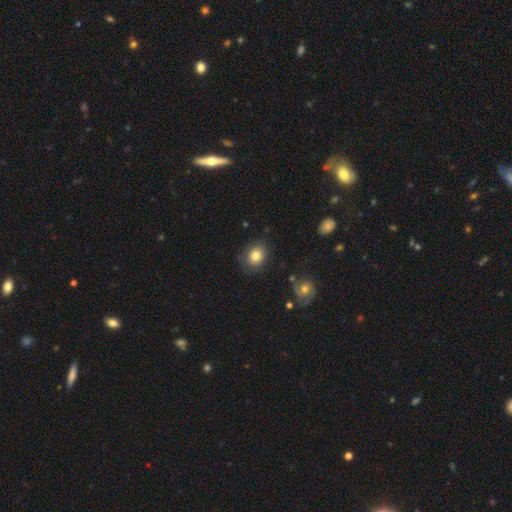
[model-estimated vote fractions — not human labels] A smooth galaxy with no disk features (81%) that is round (55%).

Vote fractions:
- Smooth or featured? smooth: 81% / star or artifact: 9% / featured or disk: 9%
- How rounded? round: 55% / in between: 45% / cigar-shaped: 1%
- Merging? none: 79% / minor disturbance: 15% / major disturbance: 4% / merger: 2%